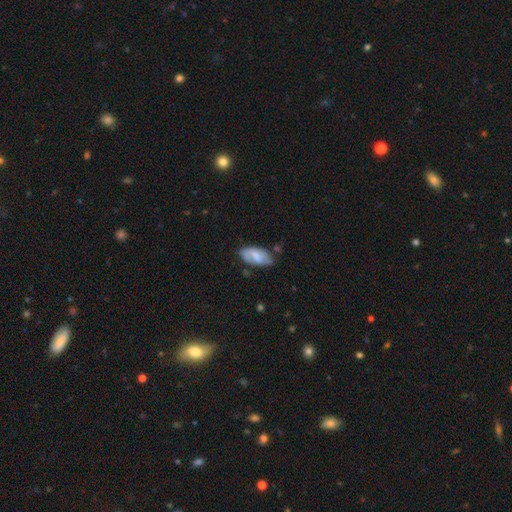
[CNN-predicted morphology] smooth_or_featured: smooth (p=0.56) [alt: featured or disk p=0.37]
how_rounded: in between (p=0.91) [alt: cigar-shaped p=0.06]
merging: none (p=0.60) [alt: minor disturbance p=0.28]